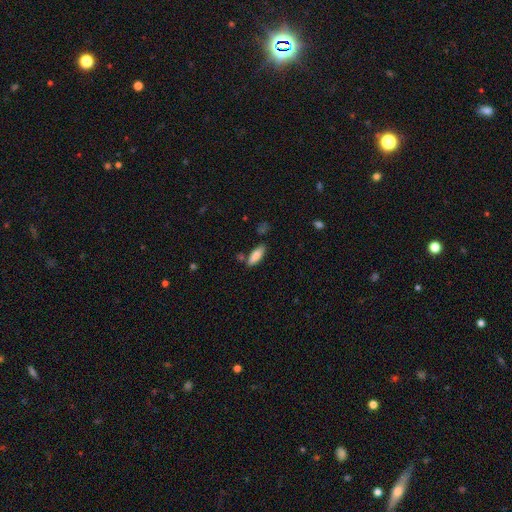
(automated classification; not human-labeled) Morphology: type=smooth (84%); roundness=in between (62%); merging=none (76%).